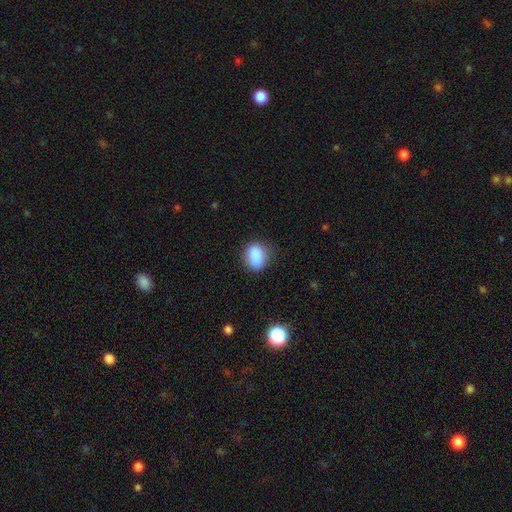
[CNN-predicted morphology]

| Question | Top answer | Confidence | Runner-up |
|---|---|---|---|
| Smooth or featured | smooth | 87% | star or artifact (9%) |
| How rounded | in between | 65% | round (33%) |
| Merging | none | 76% | minor disturbance (17%) |